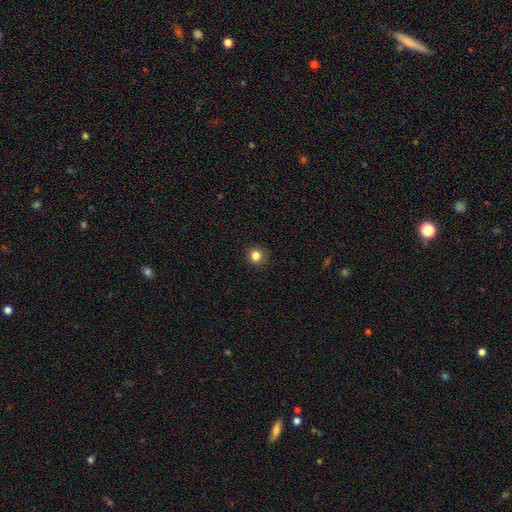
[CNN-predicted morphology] smooth_or_featured: smooth (p=0.83) [alt: star or artifact p=0.12]
how_rounded: round (p=0.93) [alt: in between p=0.06]
merging: none (p=0.90) [alt: minor disturbance p=0.07]